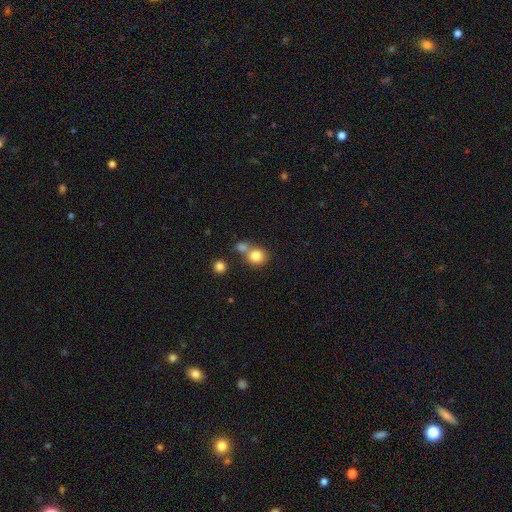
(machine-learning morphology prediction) A smooth galaxy with no disk features (81%) that is round (84%).

Vote fractions:
- Smooth or featured? smooth: 81% / star or artifact: 11% / featured or disk: 8%
- How rounded? round: 84% / in between: 15% / cigar-shaped: 1%
- Merging? none: 50% / merger: 38% / minor disturbance: 8% / major disturbance: 3%